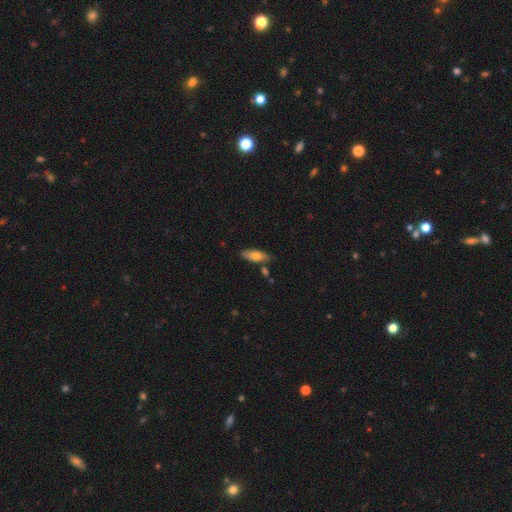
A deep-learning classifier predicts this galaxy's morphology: Overall: smooth (68%). How rounded: in between (73%). Merging: none (75%).